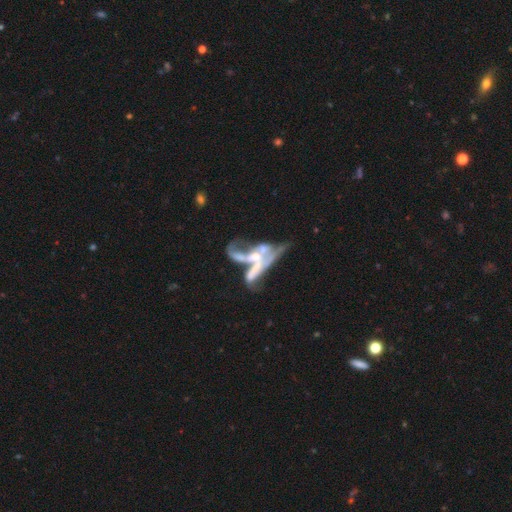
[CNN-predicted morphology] Q: Smooth or featured?
A: featured or disk (69%); runner-up: smooth (21%)
Q: Edge-on disk?
A: no (88%); runner-up: yes (12%)
Q: Bar?
A: no (74%); runner-up: weak (17%)
Q: Spiral arms?
A: no (59%); runner-up: yes (41%)
Q: Bulge size?
A: moderate (36%); runner-up: small (28%)
Q: Merging?
A: merger (64%); runner-up: major disturbance (21%)